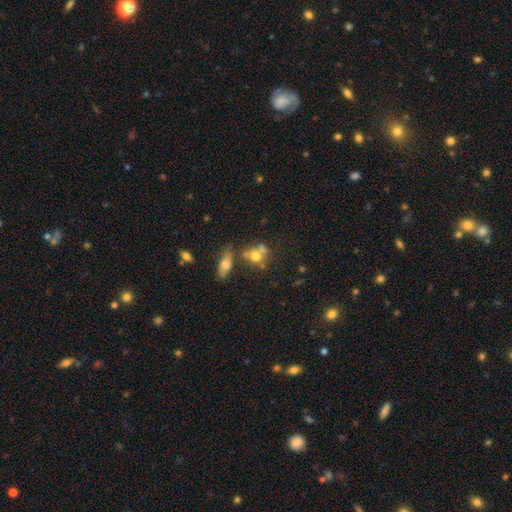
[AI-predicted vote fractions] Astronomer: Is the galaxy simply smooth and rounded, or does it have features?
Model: smooth — 64%.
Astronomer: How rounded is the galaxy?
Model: round — 56% (runner-up: in between, 41%).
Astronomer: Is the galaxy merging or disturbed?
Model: merger — 43% (runner-up: none, 38%).